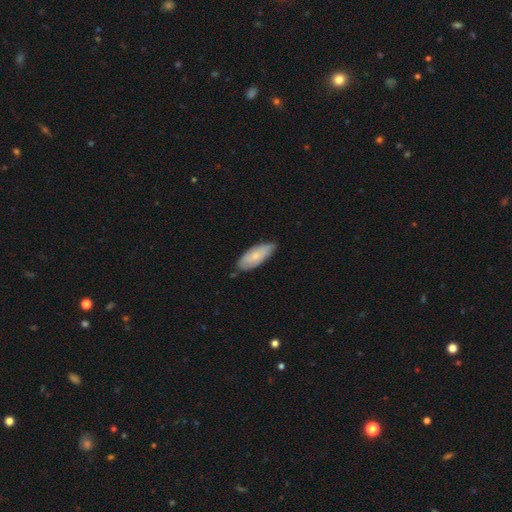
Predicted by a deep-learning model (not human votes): This appears to be a smooth galaxy with no disk features (70%) that is in between round and cigar-shaped (80%). Merging: none (76%).